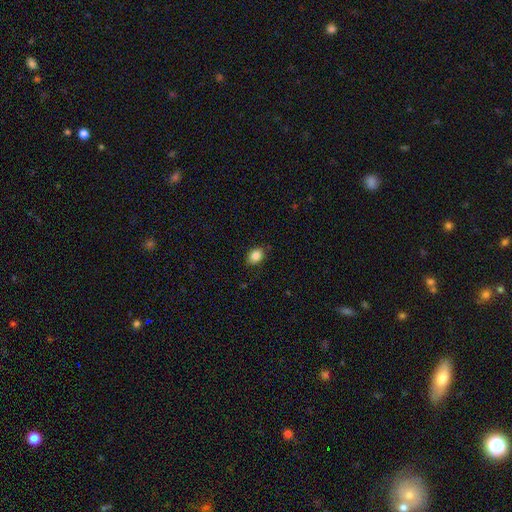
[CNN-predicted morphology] smooth_or_featured: smooth (p=0.86) [alt: star or artifact p=0.09]
how_rounded: in between (p=0.72) [alt: round p=0.26]
merging: none (p=0.84) [alt: minor disturbance p=0.12]